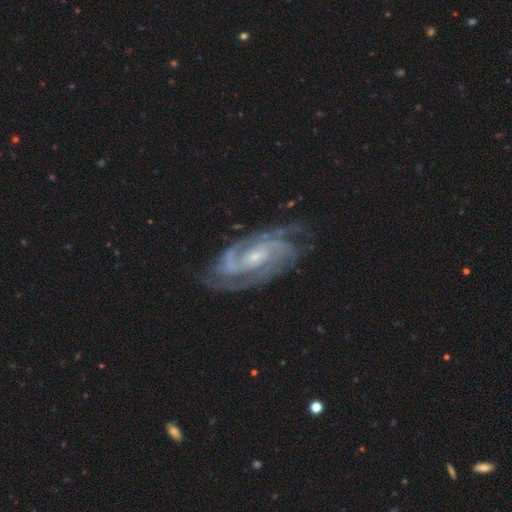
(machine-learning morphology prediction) A featured or disk galaxy (88%) with a weak bar (43%), 2 (39%) tight (56%) spiral arms (98%) and a small central bulge (55%).

Vote fractions:
- Smooth or featured? featured or disk: 88% / star or artifact: 7% / smooth: 5%
- Edge-on disk? no: 95% / yes: 5%
- Bar? weak: 43% / no: 40% / strong: 16%
- Spiral arms? yes: 98% / no: 2%
- Spiral winding? tight: 56% / medium: 37% / loose: 7%
- Spiral arm count? 2: 39% / 3: 21% / can't tell: 18% / 4: 10% / more than 4: 6% / 1: 6%
- Bulge size? small: 55% / moderate: 36% / none: 6% / large: 2% / dominant: 1%
- Merging? none: 79% / minor disturbance: 15% / major disturbance: 5% / merger: 1%